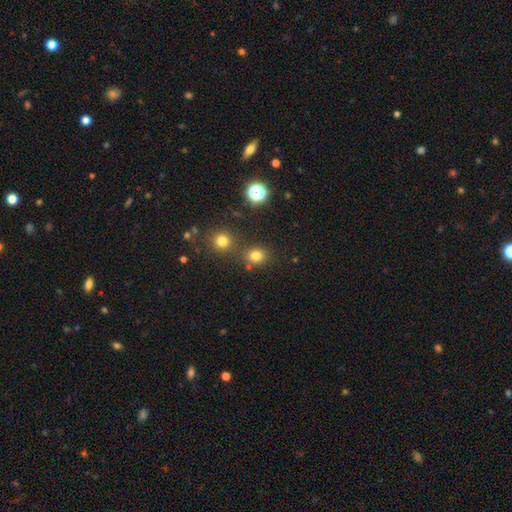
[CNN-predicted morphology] The model was most divided on "how rounded": round: 65%, in between: 34%, cigar-shaped: 1%. More confident: smooth or featured — smooth (75%); merging — none (73%).